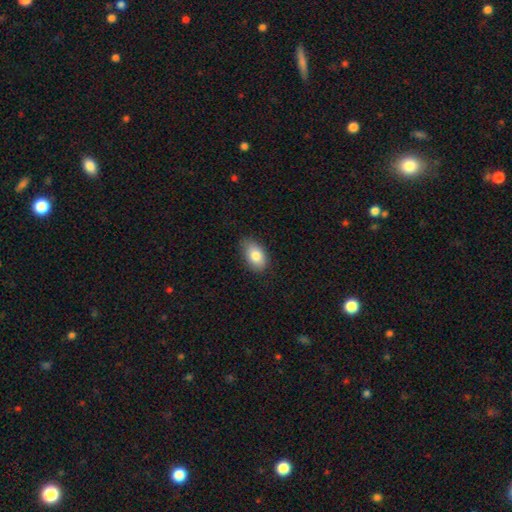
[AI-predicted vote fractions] The model was most divided on "merging": none: 77%, minor disturbance: 19%, major disturbance: 3%, merger: 1%. More confident: how rounded — in between (91%); smooth or featured — smooth (82%).